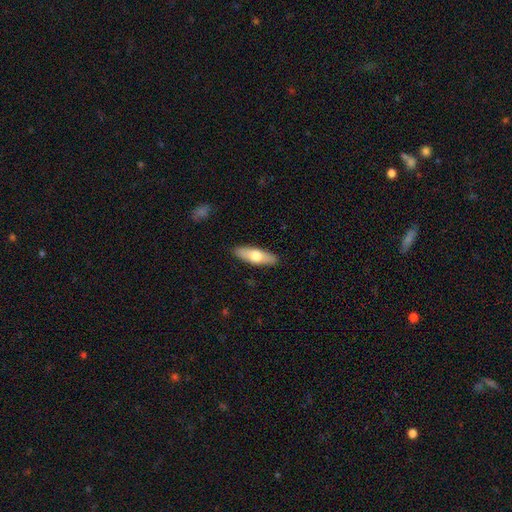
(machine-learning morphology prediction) Smooth or featured?
  - smooth: 64% *
  - featured or disk: 31%
  - star or artifact: 5%
How rounded?
  - in between: 54% *
  - cigar-shaped: 44%
  - round: 2%
Merging?
  - none: 89% *
  - minor disturbance: 8%
  - major disturbance: 2%
  - merger: 1%